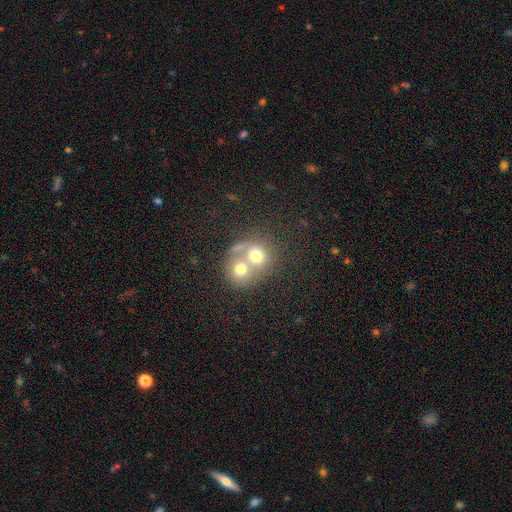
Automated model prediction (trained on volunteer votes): Morphology: type=smooth (66%); roundness=round (76%); merging=merger (67%).